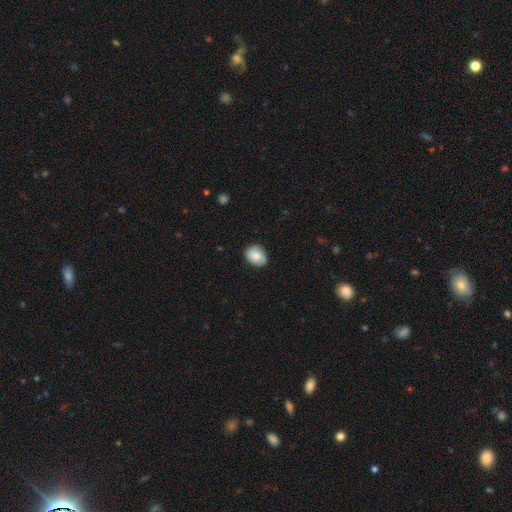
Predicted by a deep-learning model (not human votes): The model was most divided on "how rounded": in between: 56%, round: 43%, cigar-shaped: 1%. More confident: merging — none (79%); smooth or featured — smooth (74%).